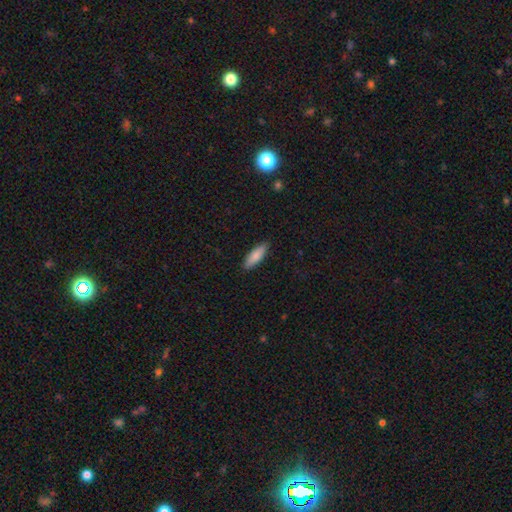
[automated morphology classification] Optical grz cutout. It shows a smooth galaxy with no disk features (83%) that is cigar-shaped (49%, tied with in between). Merging: none (89%).